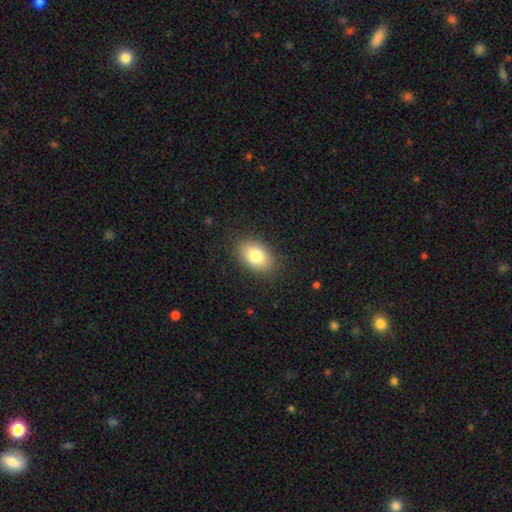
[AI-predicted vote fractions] This appears to be a smooth galaxy with no disk features (81%) that is in between round and cigar-shaped (86%). Merging: none (87%).